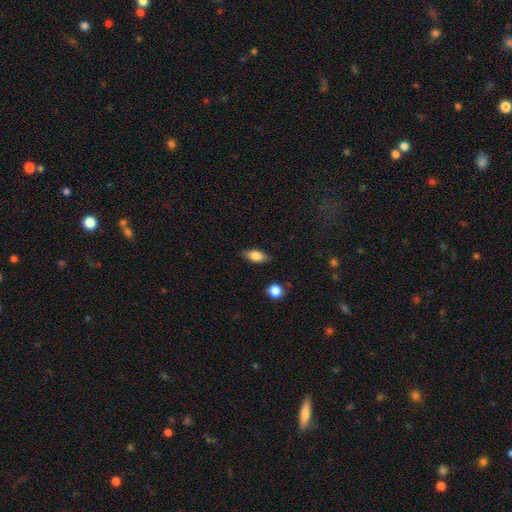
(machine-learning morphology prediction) A smooth galaxy with no disk features (78%) that is in between round and cigar-shaped (84%).

Vote fractions:
- Smooth or featured? smooth: 78% / featured or disk: 14% / star or artifact: 8%
- How rounded? in between: 84% / cigar-shaped: 10% / round: 6%
- Merging? none: 83% / minor disturbance: 12% / major disturbance: 3% / merger: 2%